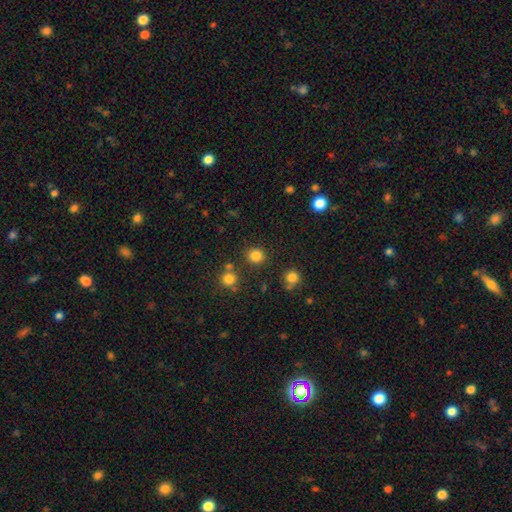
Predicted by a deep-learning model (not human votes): Smooth or featured? Predicted: smooth (p=0.82). How rounded? Predicted: round (p=0.89). Merging? Predicted: none (p=0.86).